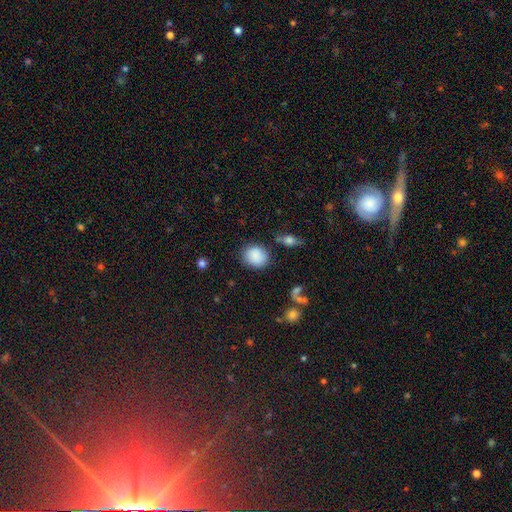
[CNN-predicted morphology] Smooth or featured? smooth (86%)
How rounded? round (72%)
Merging? none (79%)